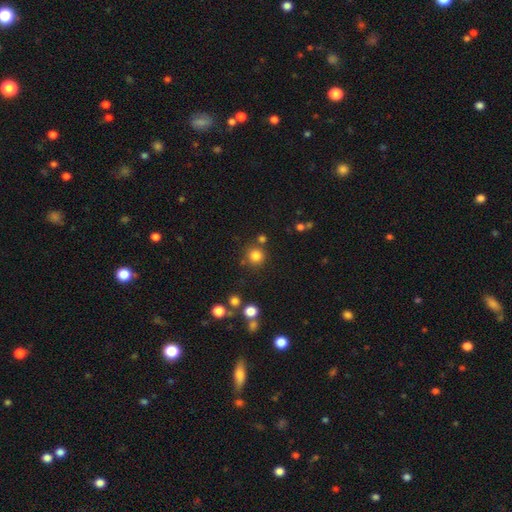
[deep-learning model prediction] Morphology: type=smooth (81%); roundness=round (94%); merging=none (82%).